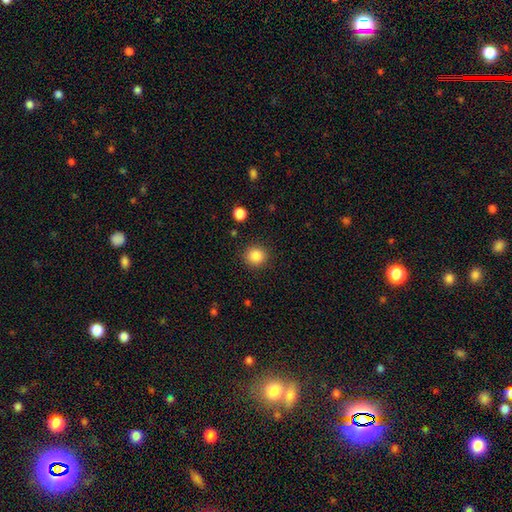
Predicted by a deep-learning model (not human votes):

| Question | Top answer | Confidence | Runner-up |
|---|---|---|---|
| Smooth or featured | smooth | 86% | star or artifact (10%) |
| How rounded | round | 90% | in between (9%) |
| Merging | none | 90% | minor disturbance (6%) |